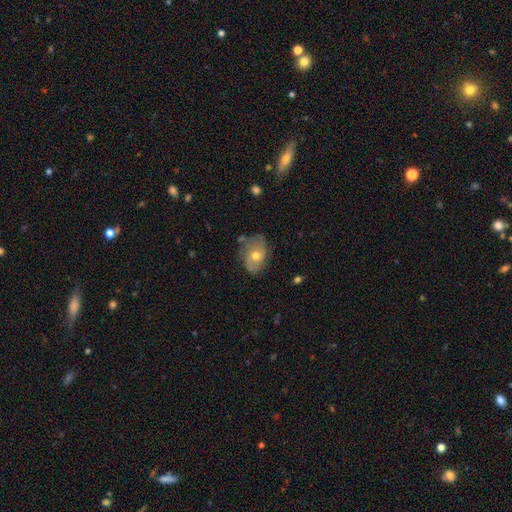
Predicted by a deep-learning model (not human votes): Smooth or featured: featured or disk — 49% (smooth — 43%)
Merging: none — 59% (minor disturbance — 28%)